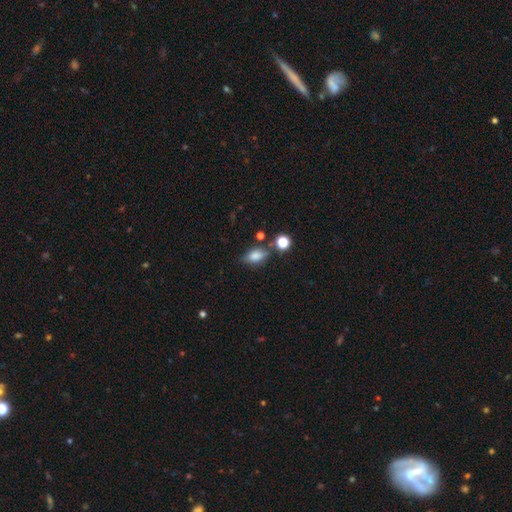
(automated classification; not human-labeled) Smooth or featured?
  - smooth: 75% *
  - featured or disk: 14%
  - star or artifact: 11%
How rounded?
  - in between: 80% *
  - round: 12%
  - cigar-shaped: 8%
Merging?
  - none: 64% *
  - minor disturbance: 20%
  - merger: 9%
  - major disturbance: 6%